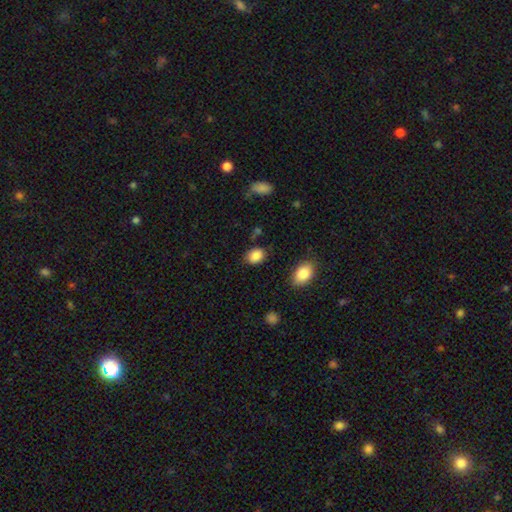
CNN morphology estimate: The model was most divided on "how rounded": in between: 73%, round: 26%, cigar-shaped: 1%. More confident: smooth or featured — smooth (87%); merging — none (78%).